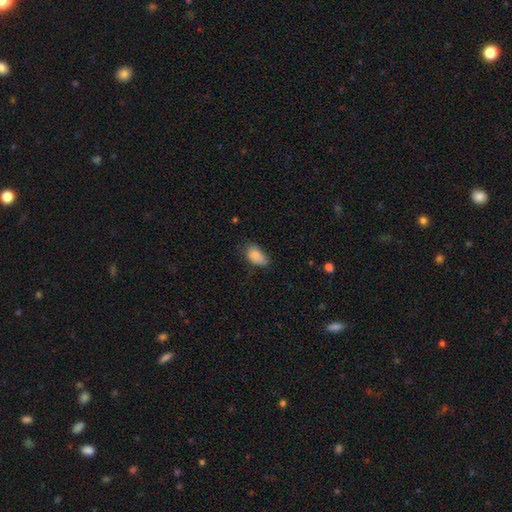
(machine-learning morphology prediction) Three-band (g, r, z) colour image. It shows a smooth galaxy with no disk features (86%) that is in between round and cigar-shaped (91%). Merging: none (56%).